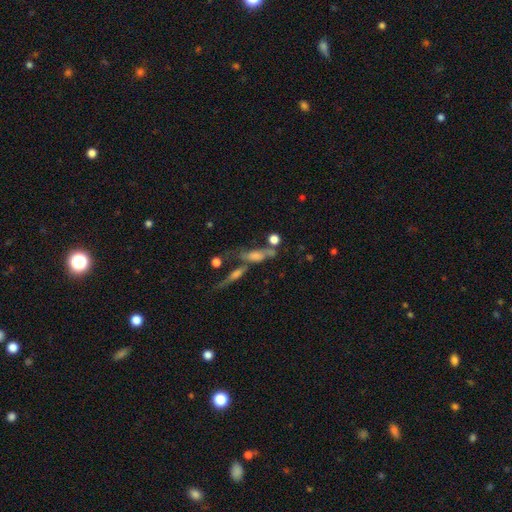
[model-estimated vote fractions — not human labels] This is possibly a featured or disk galaxy (48%). Merging: marginally none (36%, tied with merger).